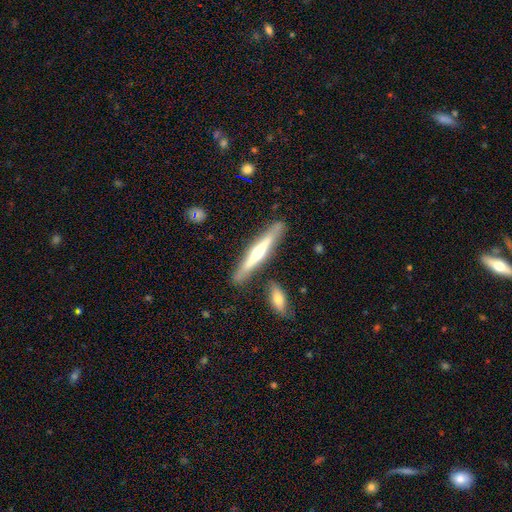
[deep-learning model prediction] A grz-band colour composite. It shows a featured or disk galaxy (64%) viewed edge-on (94%) with a rounded central bulge (79%). Merging: none (83%).